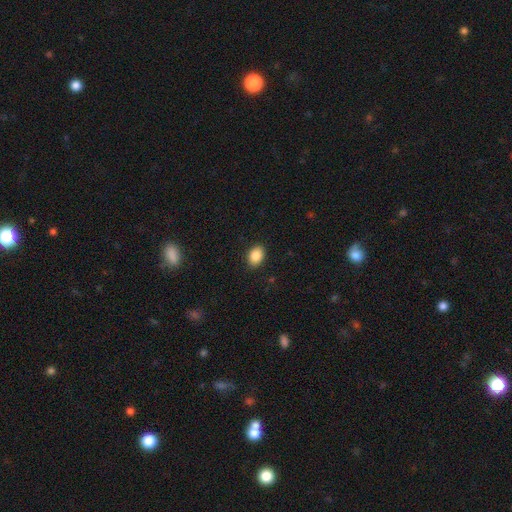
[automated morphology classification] A smooth galaxy with no disk features (87%) that is in between round and cigar-shaped (81%).

Vote fractions:
- Smooth or featured? smooth: 87% / star or artifact: 8% / featured or disk: 5%
- How rounded? in between: 81% / round: 18% / cigar-shaped: 1%
- Merging? none: 88% / minor disturbance: 9% / major disturbance: 2% / merger: 1%